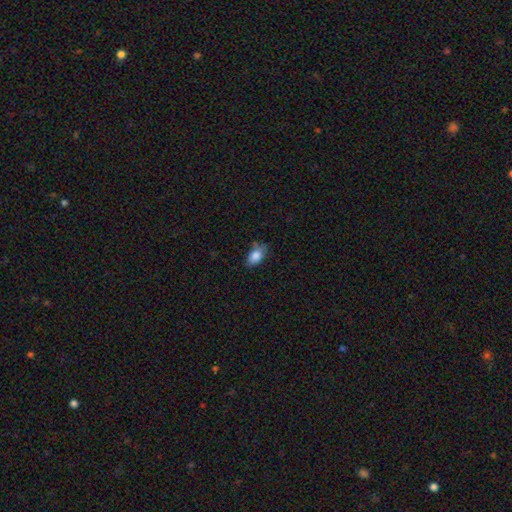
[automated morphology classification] type=smooth (84%); roundness=in between (89%); merging=none (67%).